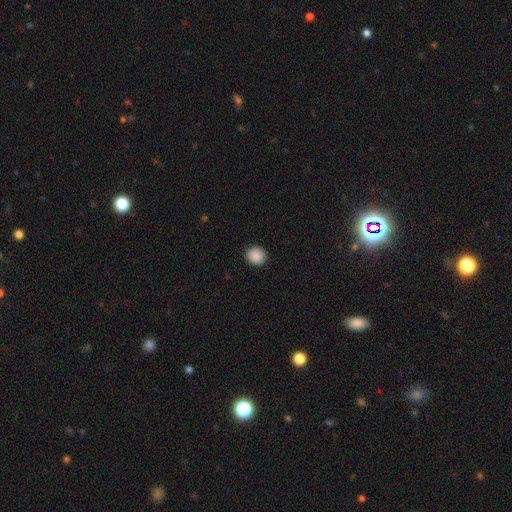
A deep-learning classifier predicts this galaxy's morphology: This is clearly a smooth galaxy (89%). How rounded: clearly round (88%). Merging: clearly none (92%).